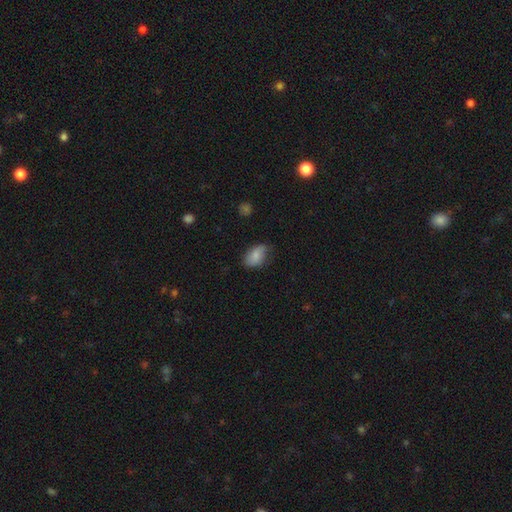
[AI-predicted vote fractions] A smooth galaxy with no disk features (82%) that is in between round and cigar-shaped (90%). Merging: none (63%).